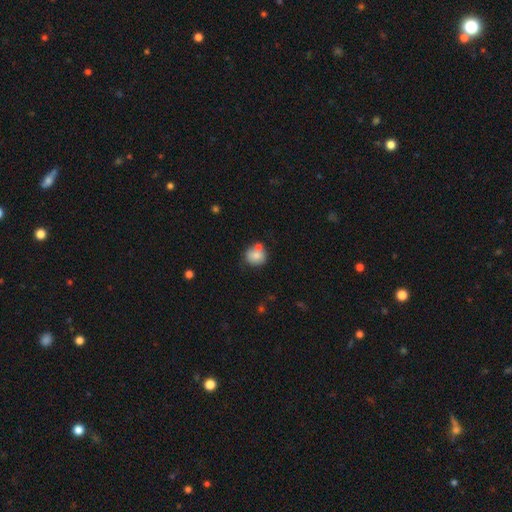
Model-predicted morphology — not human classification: The model was most divided on "merging": none: 53%, merger: 28%, minor disturbance: 15%, major disturbance: 4%. More confident: smooth or featured — smooth (77%); how rounded — round (76%).